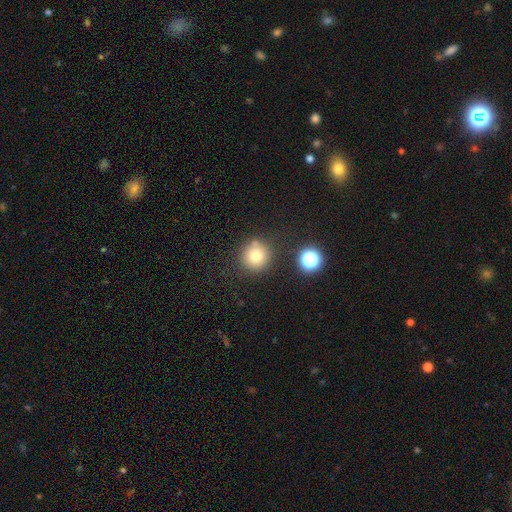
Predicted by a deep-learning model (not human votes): A smooth galaxy with no disk features (75%) that is round (95%).

Vote fractions:
- Smooth or featured? smooth: 75% / star or artifact: 15% / featured or disk: 10%
- How rounded? round: 95% / in between: 5% / cigar-shaped: 1%
- Merging? none: 80% / minor disturbance: 9% / merger: 8% / major disturbance: 3%